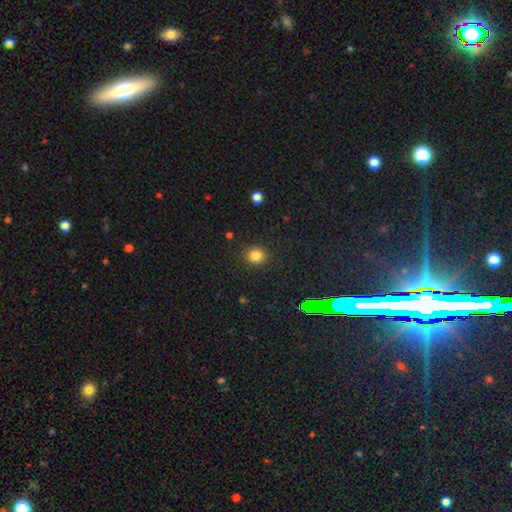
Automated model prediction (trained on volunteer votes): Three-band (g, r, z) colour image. It shows a smooth galaxy with no disk features (82%) that is round (87%). Merging: none (89%).